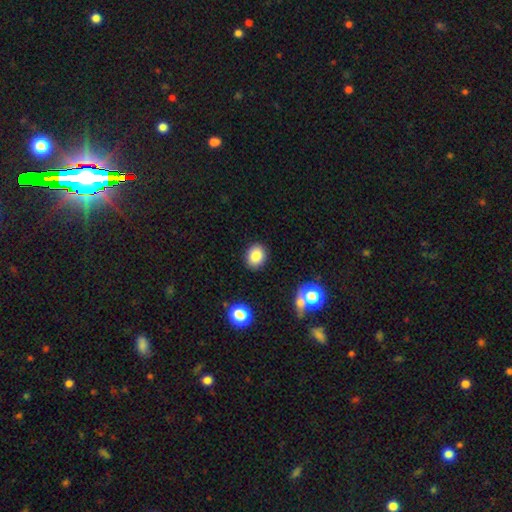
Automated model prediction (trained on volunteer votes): smooth 84%, star or artifact 10%, featured or disk 6%. Down the decision tree: how rounded — round (52%); merging — none (87%).